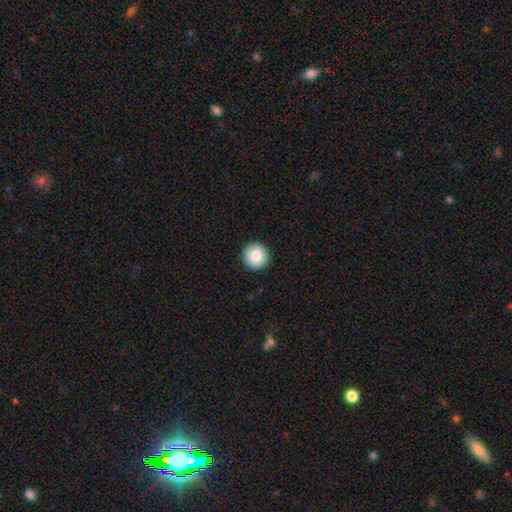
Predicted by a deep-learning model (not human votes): A smooth galaxy with no disk features (83%) that is round (95%). Merging: none (93%).